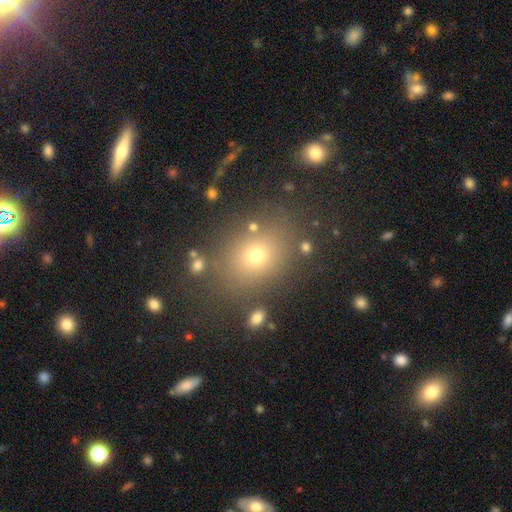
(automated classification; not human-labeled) smooth 66%, star or artifact 23%, featured or disk 11%. Down the decision tree: how rounded — round (56%); merging — none (83%).